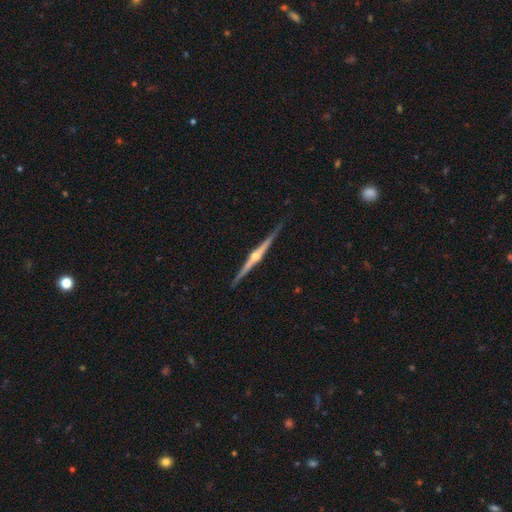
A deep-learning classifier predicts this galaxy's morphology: The model was most divided on "smooth or featured": featured or disk: 87%, smooth: 8%, star or artifact: 5%. More confident: edge-on disk — yes (99%); edge-on bulge — rounded (94%); merging — none (89%).